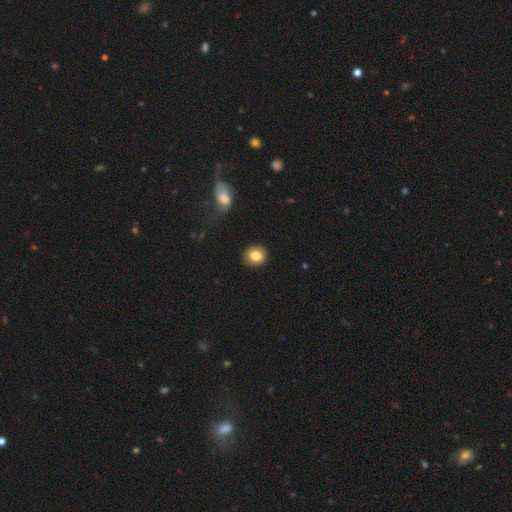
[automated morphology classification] Smooth or featured? Predicted: smooth (p=0.83). How rounded? Predicted: round (p=0.77). Merging? Predicted: none (p=0.90).